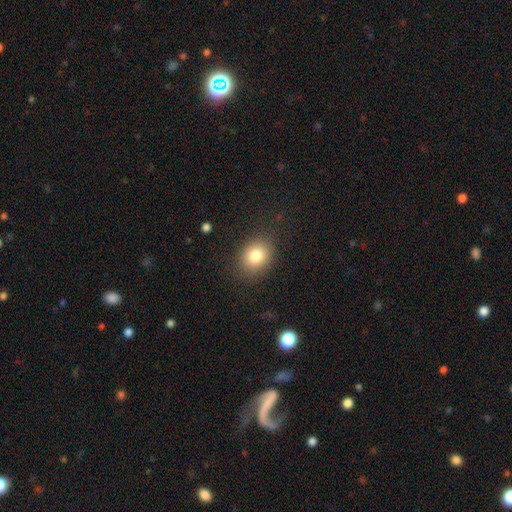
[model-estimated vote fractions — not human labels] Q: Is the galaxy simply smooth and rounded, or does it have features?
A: smooth — 81%.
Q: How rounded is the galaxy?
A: in between — 50%.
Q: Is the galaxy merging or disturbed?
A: none — 84%.